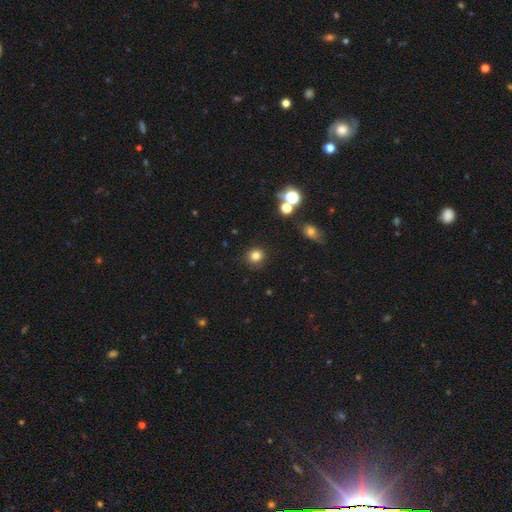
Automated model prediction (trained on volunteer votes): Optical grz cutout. It shows a smooth galaxy with no disk features (81%) that is round (86%). Merging: none (87%).